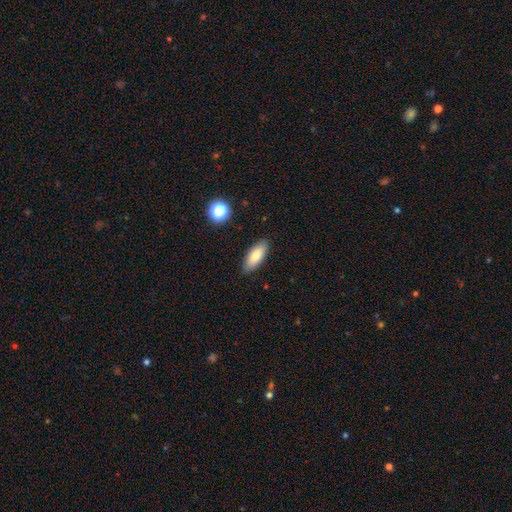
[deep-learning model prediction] A smooth galaxy with no disk features (79%) that is in between round and cigar-shaped (77%).

Vote fractions:
- Smooth or featured? smooth: 79% / featured or disk: 14% / star or artifact: 7%
- How rounded? in between: 77% / cigar-shaped: 20% / round: 2%
- Merging? none: 87% / minor disturbance: 9% / major disturbance: 2% / merger: 1%